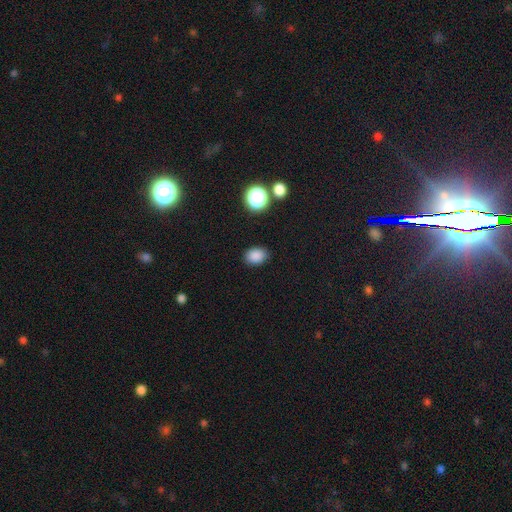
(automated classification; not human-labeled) This appears to be a smooth galaxy with no disk features (85%) that is in between round and cigar-shaped (71%). Merging: none (86%).